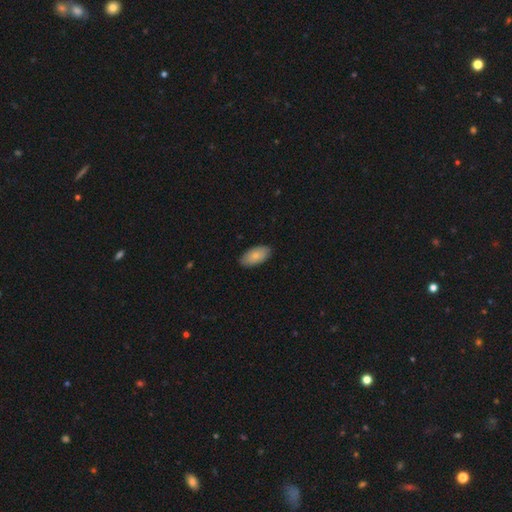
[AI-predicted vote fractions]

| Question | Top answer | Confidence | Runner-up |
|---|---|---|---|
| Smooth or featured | smooth | 78% | featured or disk (16%) |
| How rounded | in between | 94% | round (3%) |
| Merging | none | 86% | minor disturbance (11%) |